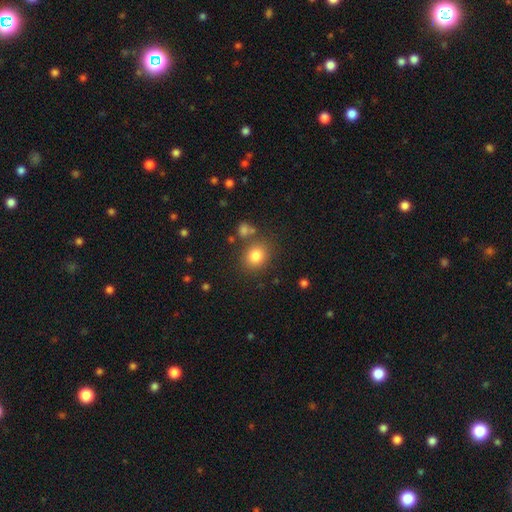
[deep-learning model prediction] Q: Smooth or featured?
A: smooth (81%); runner-up: star or artifact (12%)
Q: How rounded?
A: round (70%); runner-up: in between (30%)
Q: Merging?
A: none (79%); runner-up: minor disturbance (10%)